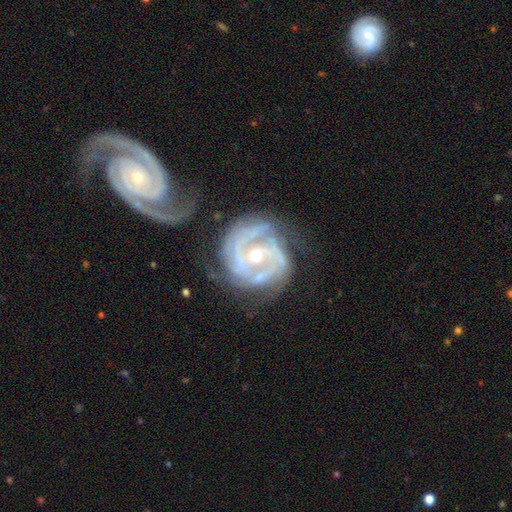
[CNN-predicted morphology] This appears to be a featured or disk galaxy (90%) with no bar (45%), 2 (34%) tight (57%) spiral arms (96%) and a moderate central bulge (52%). Merging: none (55%).